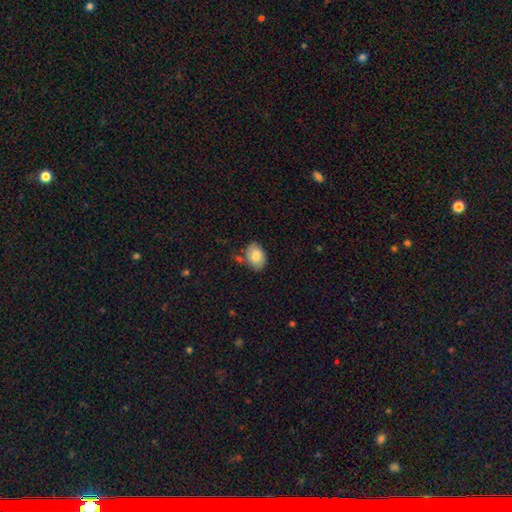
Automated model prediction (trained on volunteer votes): The model was most divided on "merging": none: 70%, minor disturbance: 19%, merger: 7%, major disturbance: 4%. More confident: how rounded — in between (82%); smooth or featured — smooth (82%).